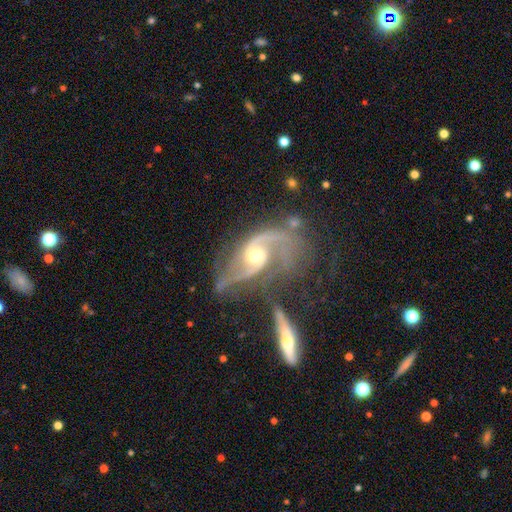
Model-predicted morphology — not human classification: smooth-or-featured: featured or disk: 91% | star or artifact: 5% | smooth: 4%
  disk-edge-on: no: 96% | yes: 4%
    bar: no: 52% | weak: 36% | strong: 12%
    has-spiral-arms: yes: 98% | no: 2%
      spiral-winding: medium: 47% | loose: 40% | tight: 13%
      spiral-arm-count: 2: 89% | can't tell: 3% | 1: 3% | 3: 2% | 4: 1% | more than 4: 1%
    bulge-size: moderate: 67% | small: 25% | large: 6% | none: 1% | dominant: 1%
  merging: none: 38% | merger: 25% | major disturbance: 19% | minor disturbance: 18%